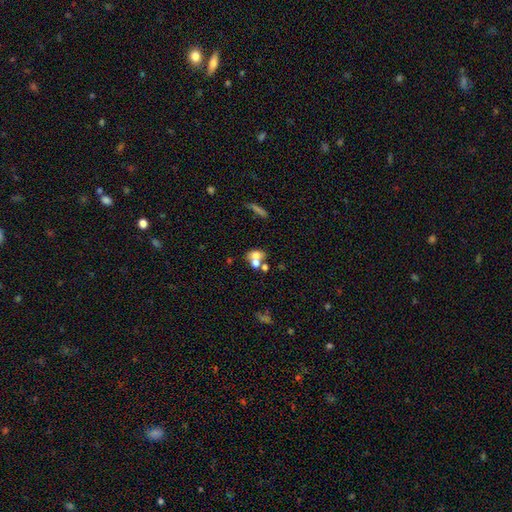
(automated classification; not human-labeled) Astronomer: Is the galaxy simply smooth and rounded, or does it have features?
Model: smooth — 61%.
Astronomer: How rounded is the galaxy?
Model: in between — 55% (runner-up: round, 41%).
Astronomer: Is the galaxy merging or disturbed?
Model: merger — 56%.